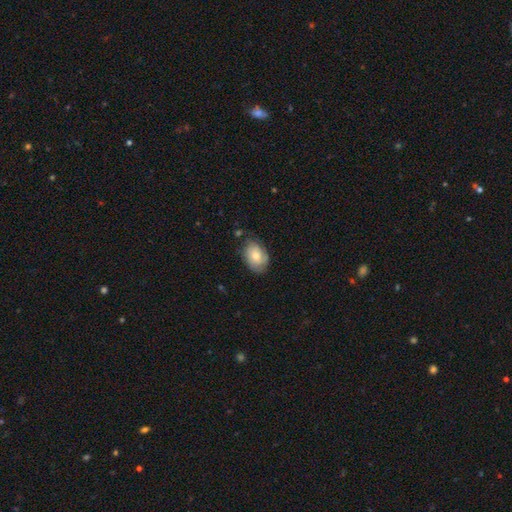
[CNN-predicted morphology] This is likely a smooth galaxy (63%). How rounded: clearly in between (81%). Merging: likely none (67%).